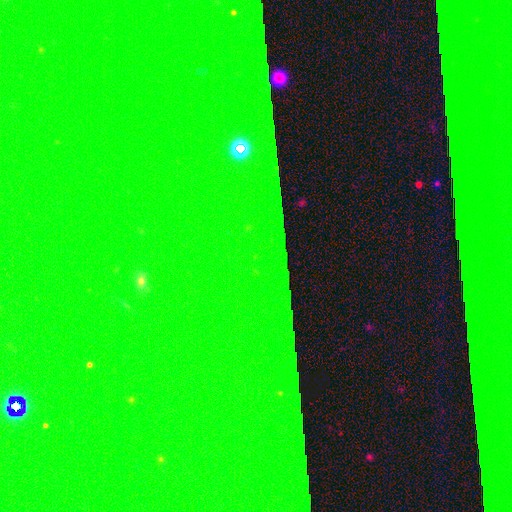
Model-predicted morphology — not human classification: Q: Smooth or featured?
A: star or artifact (85%); runner-up: featured or disk (8%)